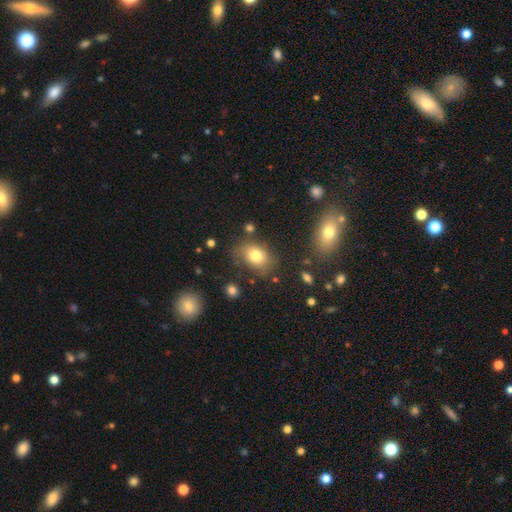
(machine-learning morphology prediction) smooth-or-featured: smooth: 76% | featured or disk: 13% | star or artifact: 11%
  how-rounded: in between: 67% | round: 32% | cigar-shaped: 1%
  merging: none: 63% | minor disturbance: 23% | major disturbance: 9% | merger: 5%